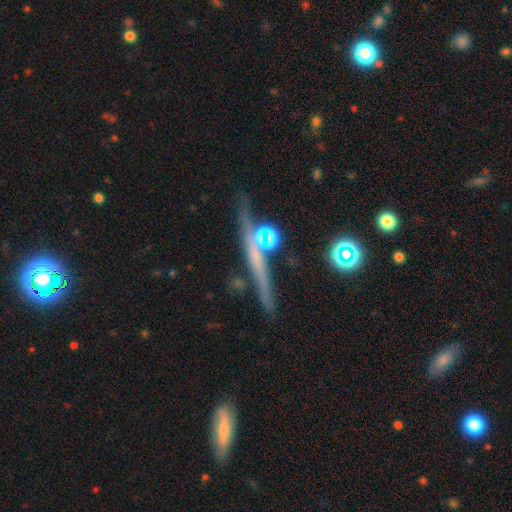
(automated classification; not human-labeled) The model was most divided on "smooth or featured": featured or disk: 56%, smooth: 29%, star or artifact: 14%. More confident: edge-on disk — yes (88%); merging — none (66%).